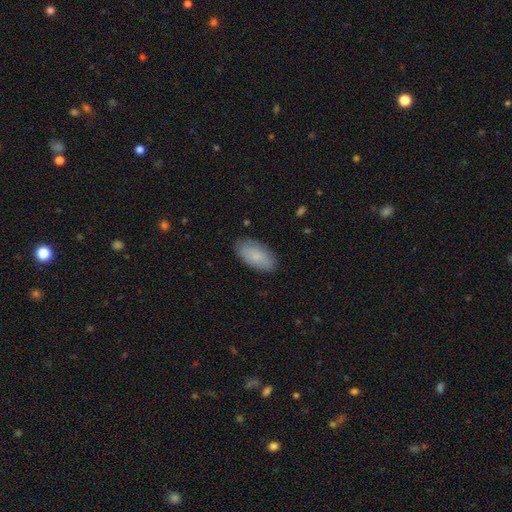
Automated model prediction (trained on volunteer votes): Q: Smooth or featured?
A: smooth (84%); runner-up: featured or disk (10%)
Q: How rounded?
A: in between (94%); runner-up: cigar-shaped (3%)
Q: Merging?
A: none (86%); runner-up: minor disturbance (11%)